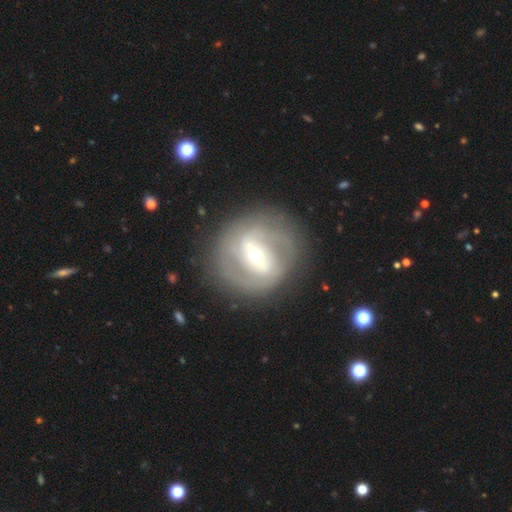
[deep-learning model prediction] Smooth or featured? Predicted: featured or disk (p=0.80). Edge-on disk? Predicted: no (p=0.95). Bar? Predicted: strong (p=0.54). Spiral arms? Predicted: yes (p=0.79). Spiral winding? Predicted: tight (p=0.47). Spiral arm count? Predicted: 2 (p=0.60). Bulge size? Predicted: moderate (p=0.53). Merging? Predicted: none (p=0.81).